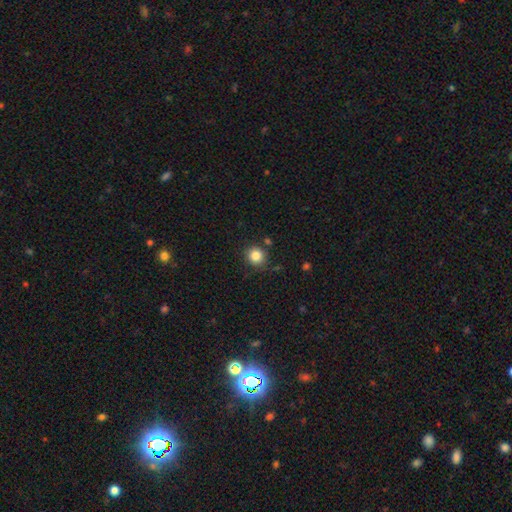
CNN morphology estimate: A smooth galaxy with no disk features (84%) that is round (89%). Merging: none (84%).